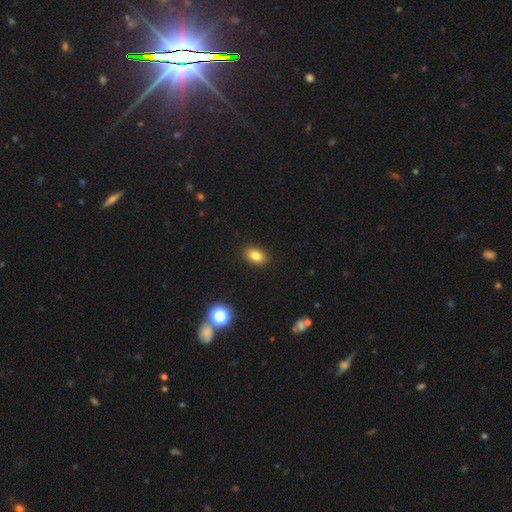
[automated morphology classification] A smooth galaxy with no disk features (82%) that is in between round and cigar-shaped (84%). Merging: none (90%).